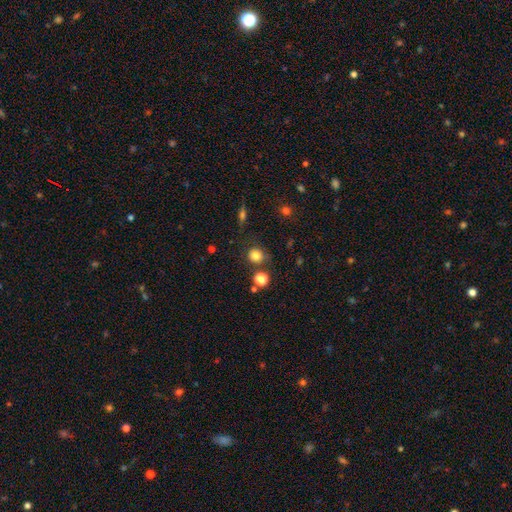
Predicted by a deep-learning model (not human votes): The model was most divided on "merging": none: 76%, minor disturbance: 12%, merger: 7%, major disturbance: 4%. More confident: how rounded — round (88%); smooth or featured — smooth (81%).